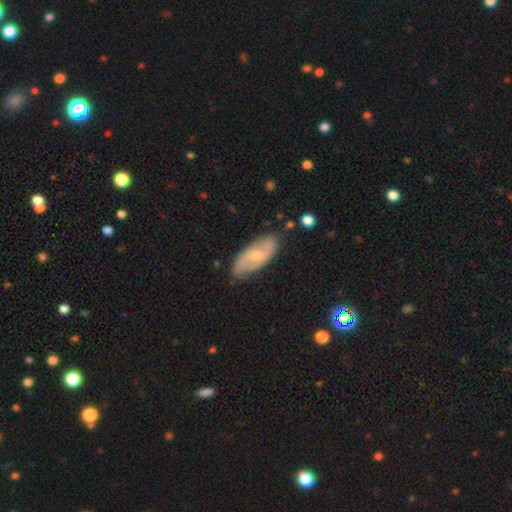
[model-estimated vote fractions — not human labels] Smooth or featured? Predicted: featured or disk (p=0.57). Edge-on disk? Predicted: no (p=0.90). Bar? Predicted: weak (p=0.47). Spiral arms? Predicted: yes (p=0.82). Bulge size? Predicted: small (p=0.57). Merging? Predicted: none (p=0.78).